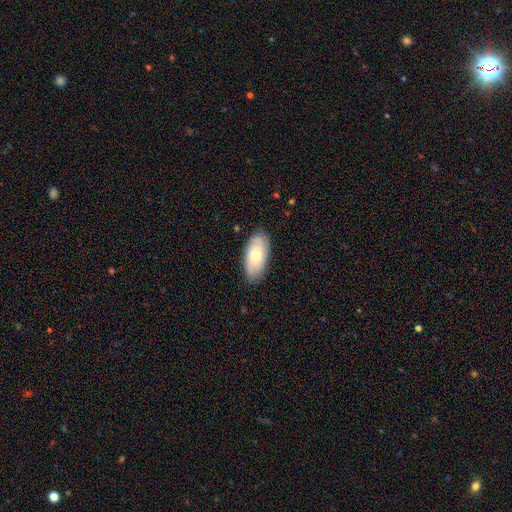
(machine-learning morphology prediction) Smooth or featured: smooth — 50% (featured or disk — 43%)
How rounded: in between — 91% (cigar-shaped — 6%)
Merging: none — 83% (minor disturbance — 14%)